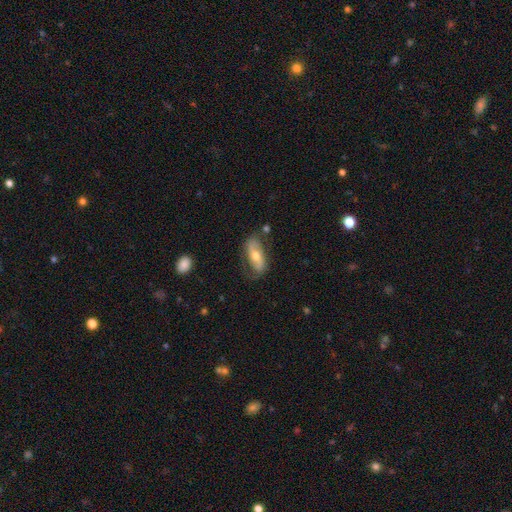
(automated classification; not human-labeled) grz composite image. It shows a featured or disk galaxy (59%) with no bar (47%), spiral arms (76%) and a moderate central bulge (68%). Merging: none (67%).